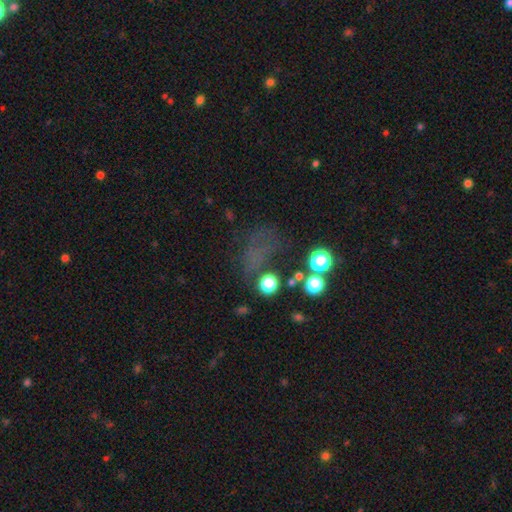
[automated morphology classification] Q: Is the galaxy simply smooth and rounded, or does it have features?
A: smooth — 44%.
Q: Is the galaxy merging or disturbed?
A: none — 44%.